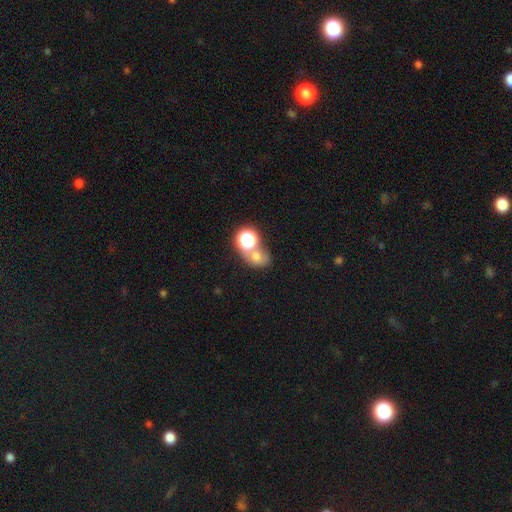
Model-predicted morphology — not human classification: smooth 60%, star or artifact 24%, featured or disk 15%. Down the decision tree: how rounded — round (58%); merging — merger (45%).